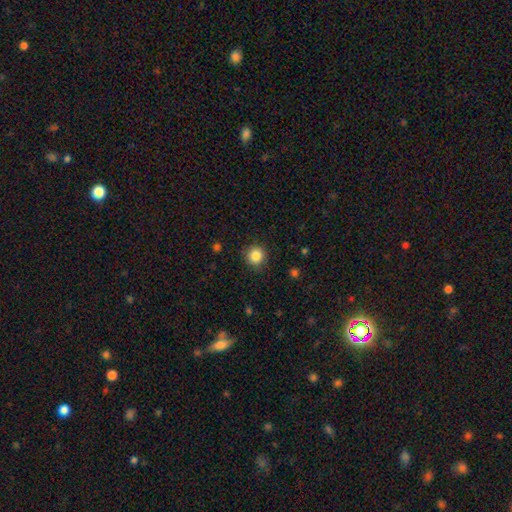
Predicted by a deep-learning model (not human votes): A smooth galaxy with no disk features (85%) that is round (94%). Merging: none (89%).